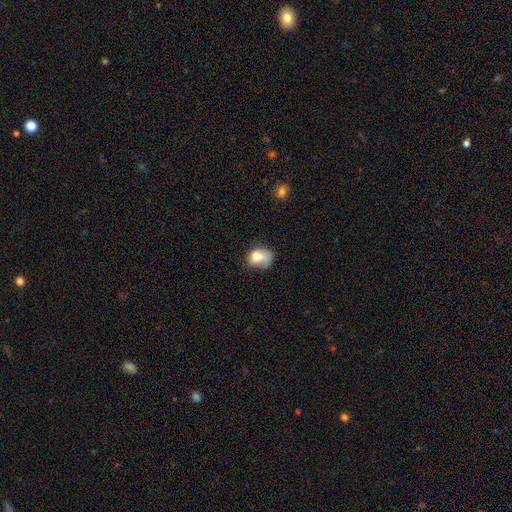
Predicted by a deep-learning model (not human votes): A smooth galaxy with no disk features (71%) that is in between round and cigar-shaped (64%).

Vote fractions:
- Smooth or featured? smooth: 71% / featured or disk: 20% / star or artifact: 10%
- How rounded? in between: 64% / round: 35% / cigar-shaped: 1%
- Merging? none: 33% / minor disturbance: 29% / merger: 20% / major disturbance: 18%